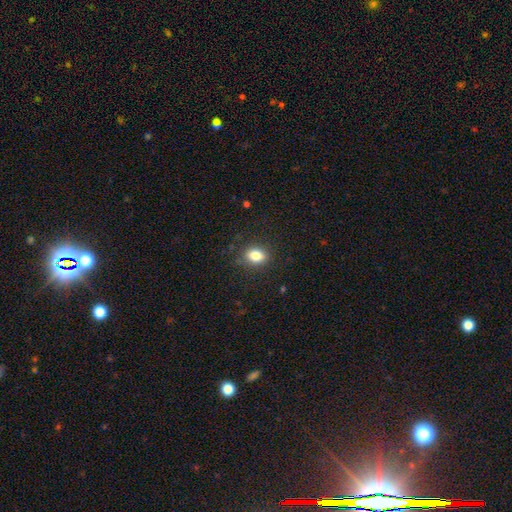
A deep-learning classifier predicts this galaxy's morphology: Q: Smooth or featured?
A: smooth (83%); runner-up: star or artifact (10%)
Q: How rounded?
A: in between (67%); runner-up: round (32%)
Q: Merging?
A: none (84%); runner-up: minor disturbance (12%)